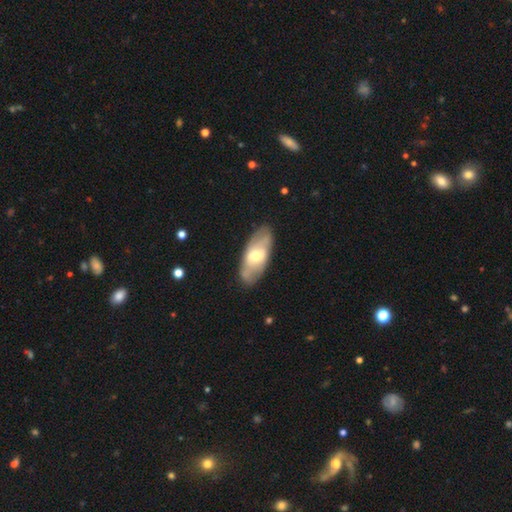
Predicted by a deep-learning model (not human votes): A featured or disk galaxy (48%). Merging: none (80%).